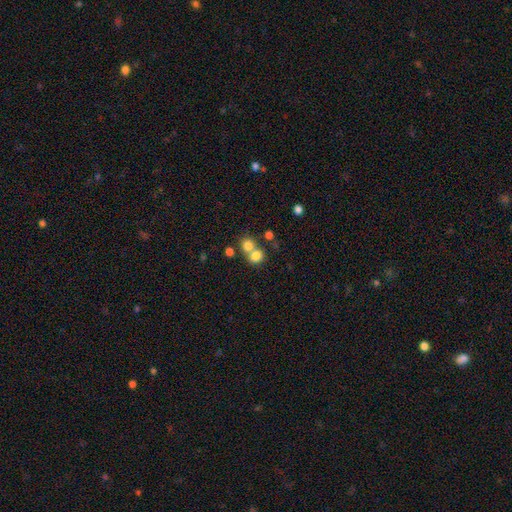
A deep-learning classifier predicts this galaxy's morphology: smooth_or_featured: smooth (p=0.77) [alt: star or artifact p=0.12]
how_rounded: round (p=0.75) [alt: in between p=0.24]
merging: merger (p=0.50) [alt: none p=0.40]